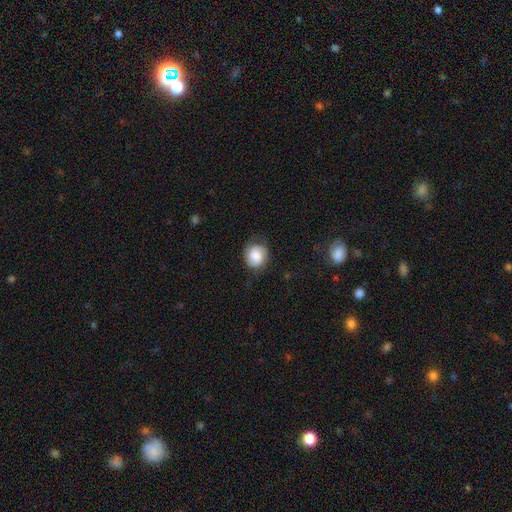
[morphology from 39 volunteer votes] Smooth or featured? 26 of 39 (67%) said smooth. How rounded? 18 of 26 (69%) said round. Merging? 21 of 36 (58%) said none.